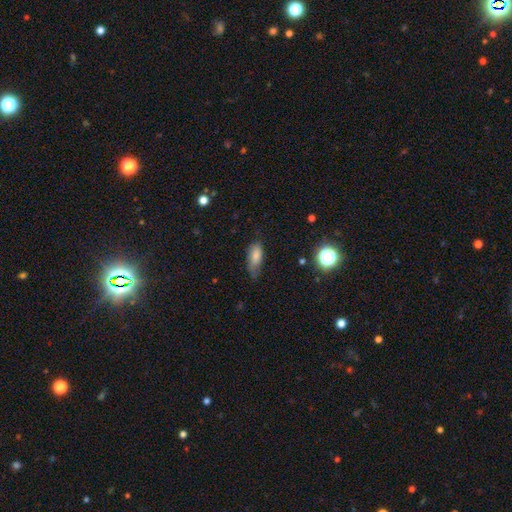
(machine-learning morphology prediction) Smooth or featured: smooth — 80% (featured or disk — 11%)
How rounded: in between — 79% (cigar-shaped — 18%)
Merging: none — 48% (minor disturbance — 39%)